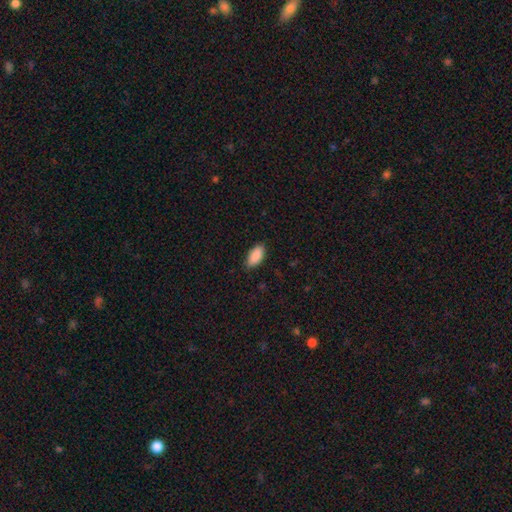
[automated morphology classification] Overall: smooth (90%). How rounded: in between (92%). Merging: none (86%).